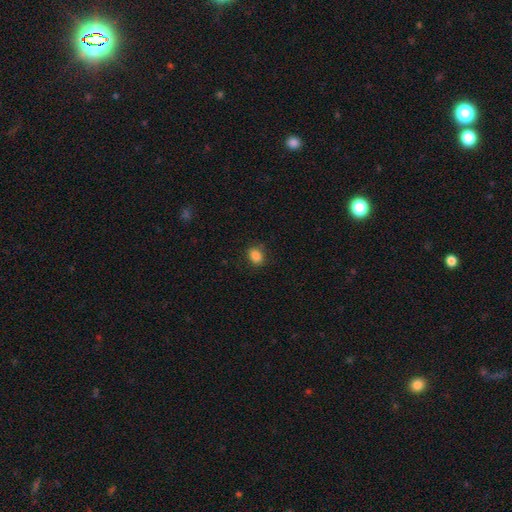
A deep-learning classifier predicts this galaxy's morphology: This is clearly a smooth galaxy (86%). How rounded: likely in between (65%). Merging: clearly none (83%).